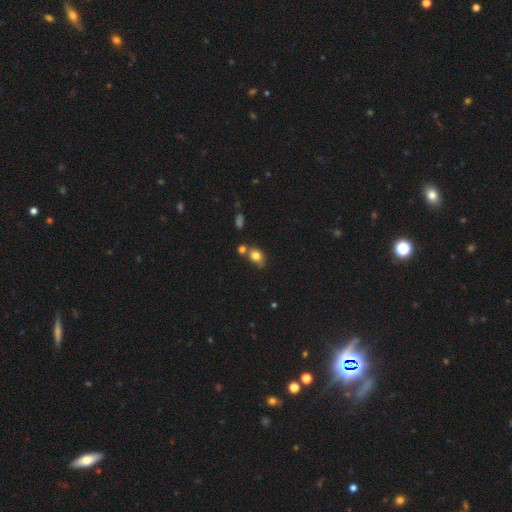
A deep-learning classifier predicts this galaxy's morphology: This is likely a smooth galaxy (80%). How rounded: possibly in between (52%). Merging: possibly none (53%).